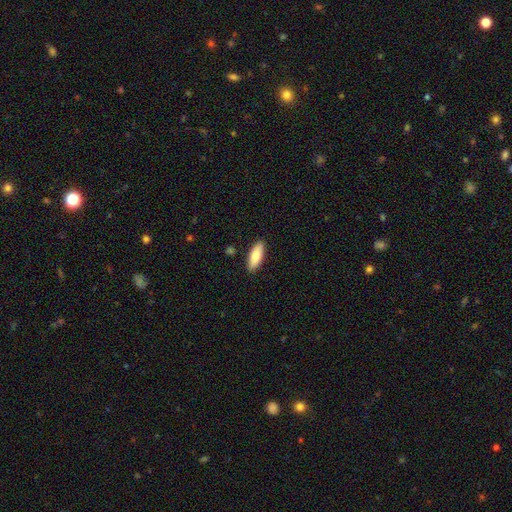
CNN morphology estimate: A smooth galaxy with no disk features (83%) that is in between round and cigar-shaped (68%). Merging: none (89%).